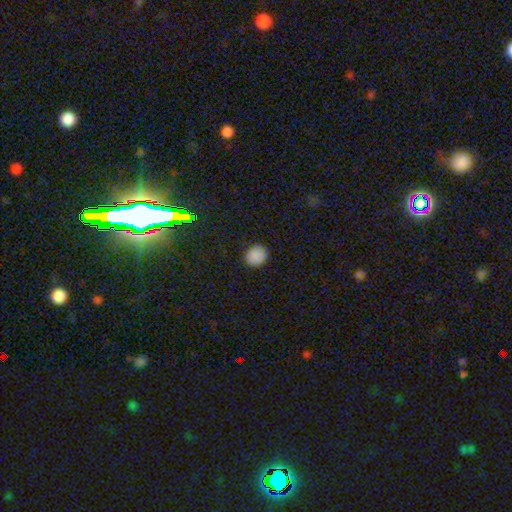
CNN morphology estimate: smooth-or-featured: smooth: 87% | star or artifact: 10% | featured or disk: 3%
  how-rounded: round: 81% | in between: 18% | cigar-shaped: 1%
  merging: none: 89% | minor disturbance: 7% | major disturbance: 2% | merger: 1%